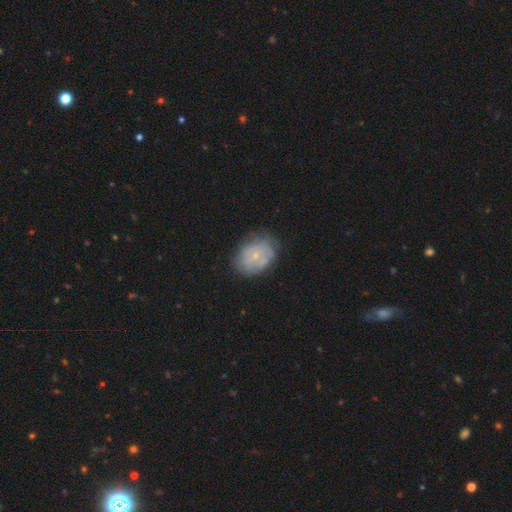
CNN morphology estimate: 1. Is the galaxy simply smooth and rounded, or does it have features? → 46% featured or disk (tied), 46% smooth (tied), 9% star or artifact.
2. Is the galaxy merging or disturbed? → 73% none, 19% minor disturbance, 6% major disturbance, 2% merger.